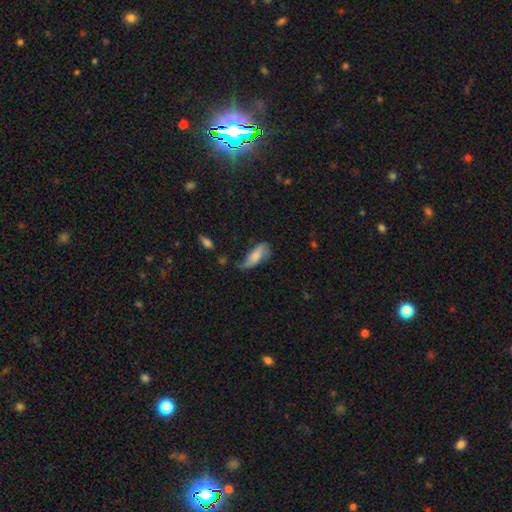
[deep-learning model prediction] A smooth galaxy with no disk features (55%) that is in between round and cigar-shaped (78%).

Vote fractions:
- Smooth or featured? smooth: 55% / featured or disk: 37% / star or artifact: 8%
- How rounded? in between: 78% / cigar-shaped: 19% / round: 3%
- Merging? none: 36% / minor disturbance: 35% / major disturbance: 24% / merger: 5%